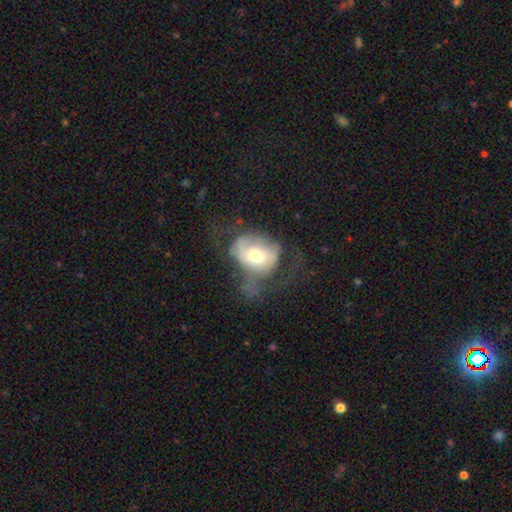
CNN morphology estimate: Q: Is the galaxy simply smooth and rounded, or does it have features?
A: smooth — 50%.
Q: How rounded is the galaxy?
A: in between — 54%.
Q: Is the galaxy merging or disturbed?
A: major disturbance — 49%.